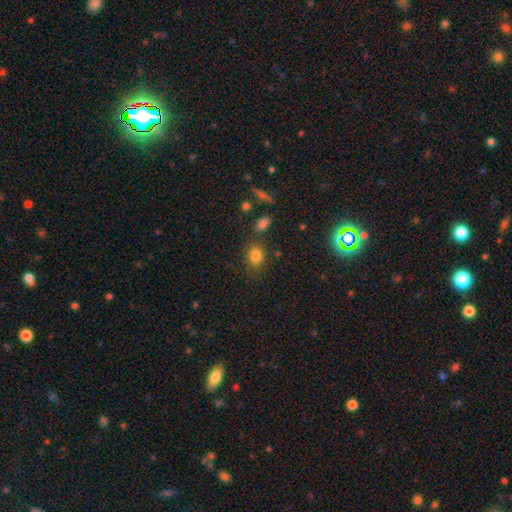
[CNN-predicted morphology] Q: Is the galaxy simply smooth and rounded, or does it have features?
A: smooth — 81%.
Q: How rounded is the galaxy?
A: round — 52%.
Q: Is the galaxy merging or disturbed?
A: none — 76%.